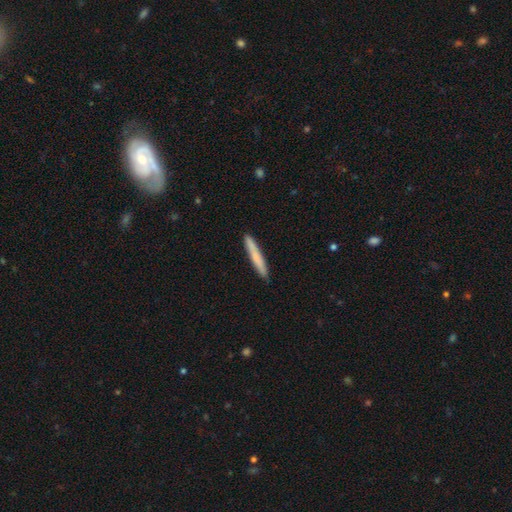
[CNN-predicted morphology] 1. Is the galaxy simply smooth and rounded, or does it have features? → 74% smooth, 21% featured or disk, 5% star or artifact.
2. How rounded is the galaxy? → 96% cigar-shaped, 3% in between, 1% round.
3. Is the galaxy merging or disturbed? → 91% none, 7% minor disturbance, 1% major disturbance, 1% merger.